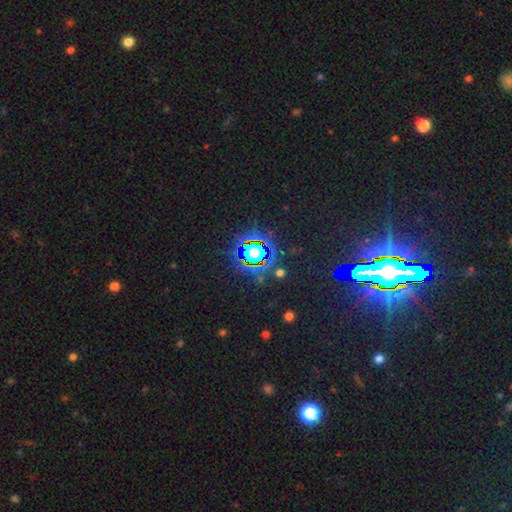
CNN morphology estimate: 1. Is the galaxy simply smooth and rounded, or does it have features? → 84% star or artifact, 8% smooth, 7% featured or disk.